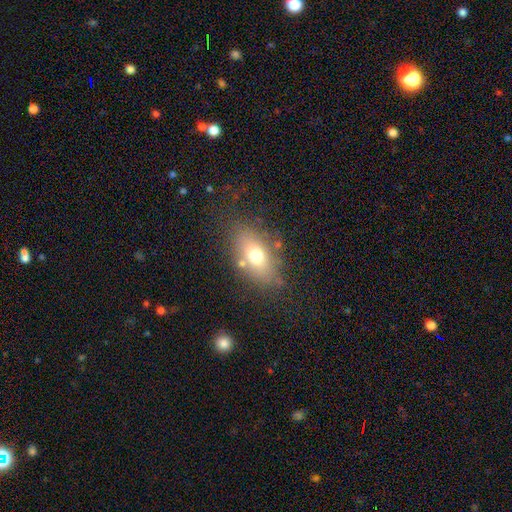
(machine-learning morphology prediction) A smooth galaxy with no disk features (68%) that is in between round and cigar-shaped (82%).

Vote fractions:
- Smooth or featured? smooth: 68% / featured or disk: 21% / star or artifact: 11%
- How rounded? in between: 82% / round: 10% / cigar-shaped: 7%
- Merging? none: 75% / minor disturbance: 15% / major disturbance: 6% / merger: 5%